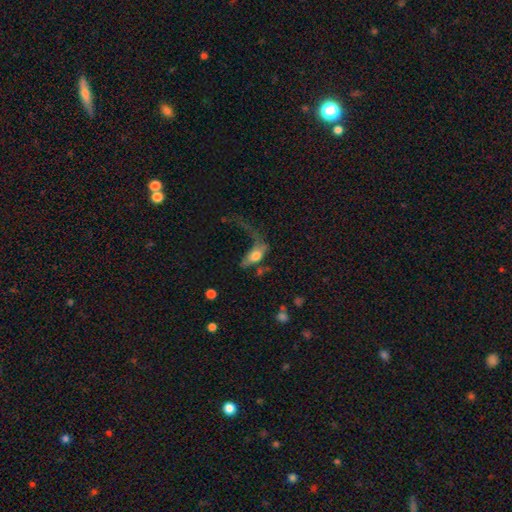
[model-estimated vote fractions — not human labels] Overall: smooth (57%; featured or disk 34%). How rounded: in between (78%). Merging: major disturbance (58%; none 19%).